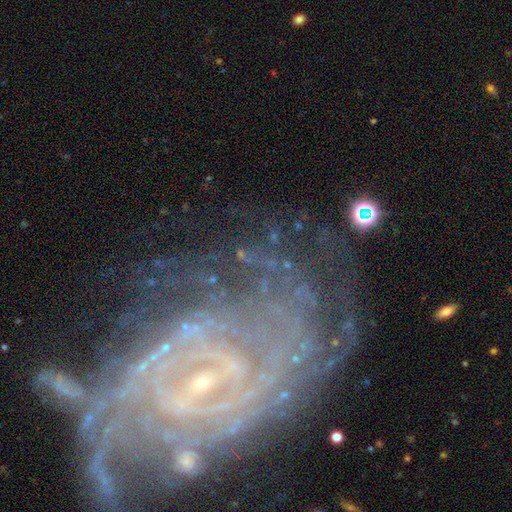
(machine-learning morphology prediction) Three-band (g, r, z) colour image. It shows a featured or disk galaxy (83%) with a weak bar (35%, tied with strong), tight (72%) spiral arms (94%) and a small central bulge (80%). Merging: none (70%).